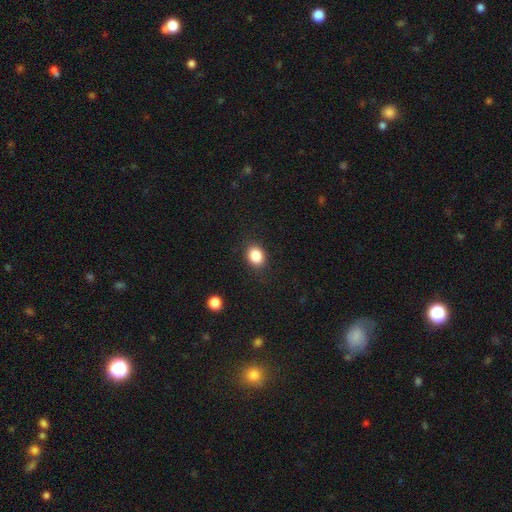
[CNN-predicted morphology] smooth_or_featured: smooth (p=0.86) [alt: star or artifact p=0.10]
how_rounded: in between (p=0.55) [alt: round p=0.44]
merging: none (p=0.87) [alt: minor disturbance p=0.09]